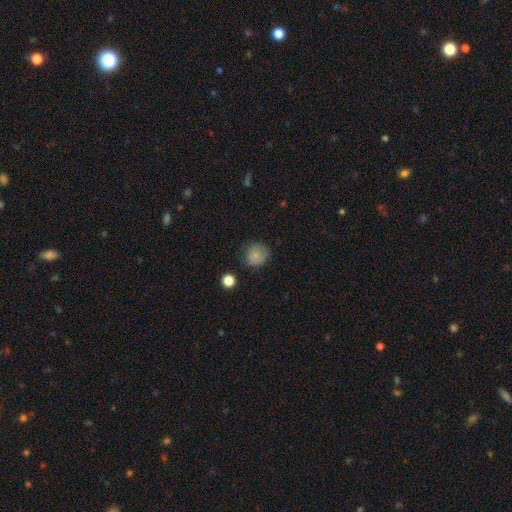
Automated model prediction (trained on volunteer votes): A smooth galaxy with no disk features (84%) that is round (87%). Merging: none (78%).